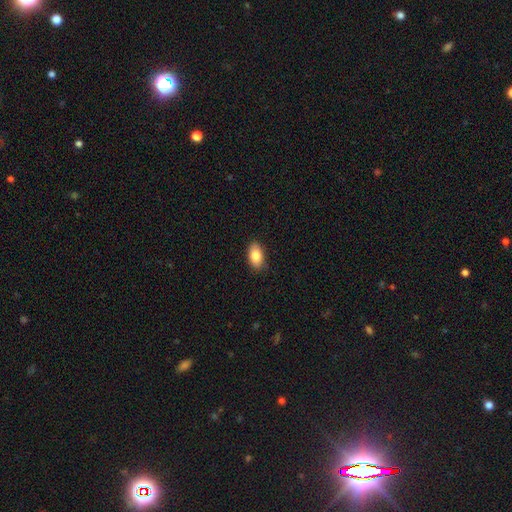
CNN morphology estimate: A smooth galaxy with no disk features (85%) that is in between round and cigar-shaped (92%). Merging: none (86%).